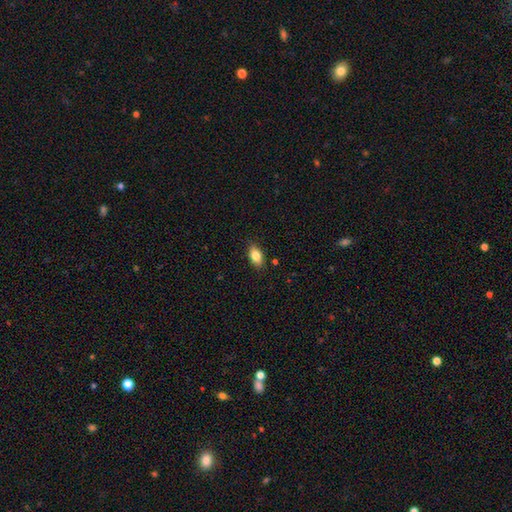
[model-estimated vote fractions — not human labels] smooth_or_featured: smooth (p=0.84) [alt: featured or disk p=0.08]
how_rounded: in between (p=0.89) [alt: round p=0.05]
merging: none (p=0.87) [alt: minor disturbance p=0.10]